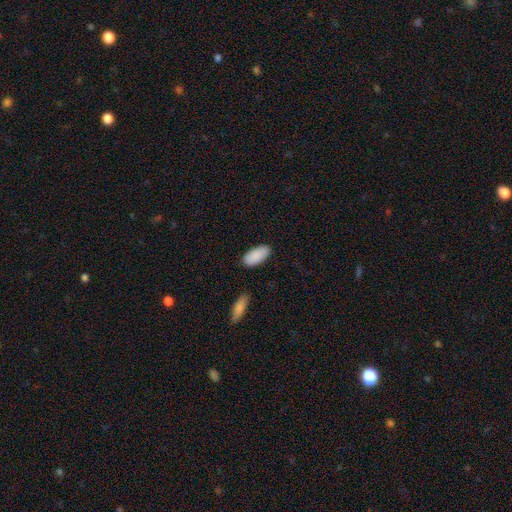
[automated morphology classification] Overall: smooth (90%). How rounded: in between (92%). Merging: none (85%).